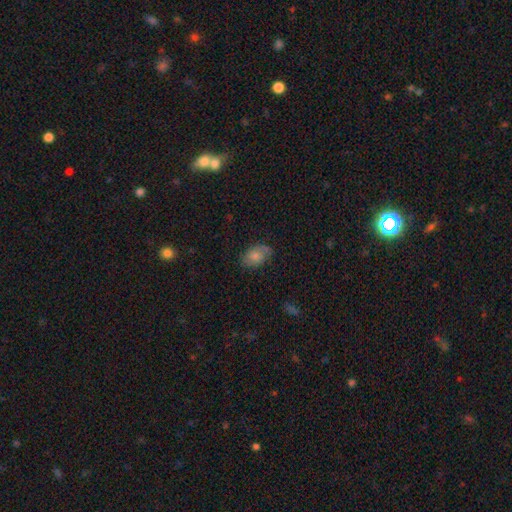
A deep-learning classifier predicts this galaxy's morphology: smooth-or-featured: smooth: 63% | featured or disk: 29% | star or artifact: 8%
  how-rounded: in between: 88% | round: 10% | cigar-shaped: 2%
  merging: none: 69% | minor disturbance: 23% | major disturbance: 6% | merger: 1%